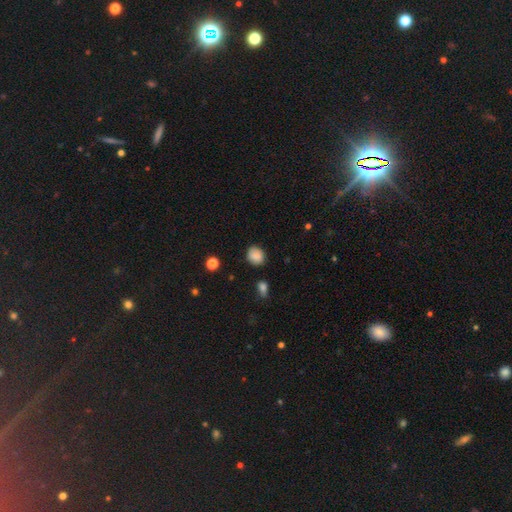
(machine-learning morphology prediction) A smooth galaxy with no disk features (85%) that is round (64%).

Vote fractions:
- Smooth or featured? smooth: 85% / star or artifact: 9% / featured or disk: 6%
- How rounded? round: 64% / in between: 35% / cigar-shaped: 1%
- Merging? none: 81% / minor disturbance: 14% / major disturbance: 3% / merger: 2%